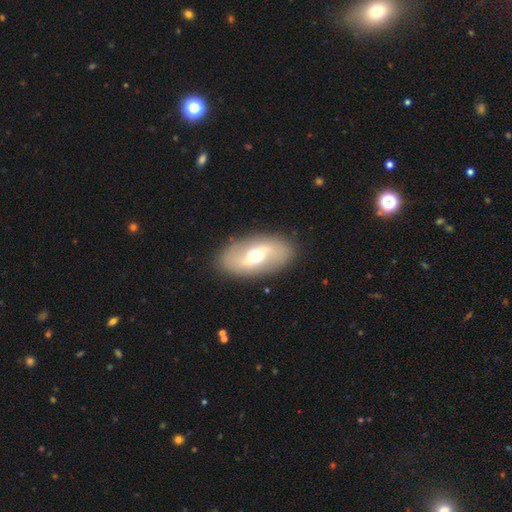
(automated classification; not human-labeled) A featured or disk galaxy (60%) with a weak bar (40%), spiral arms (52%) and a moderate central bulge (72%). Merging: none (87%).